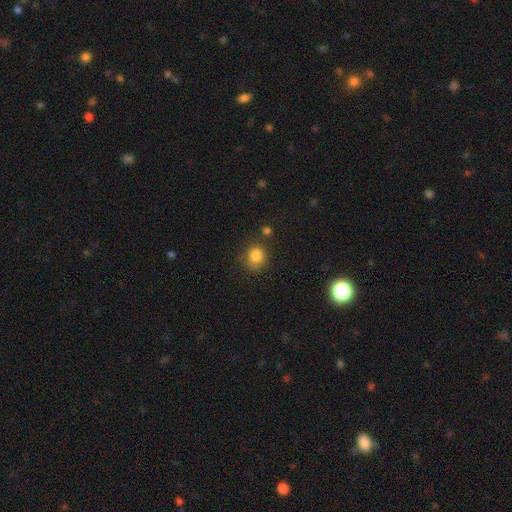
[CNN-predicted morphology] Q: Smooth or featured?
A: smooth (83%); runner-up: star or artifact (11%)
Q: How rounded?
A: round (72%); runner-up: in between (27%)
Q: Merging?
A: none (74%); runner-up: minor disturbance (16%)